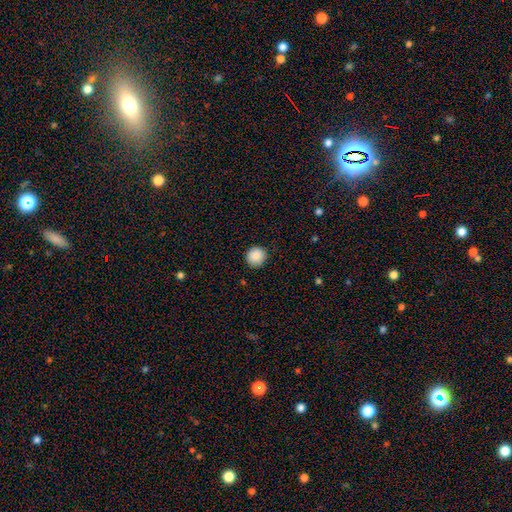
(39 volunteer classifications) Morphology: type=smooth (87%); roundness=round (94%); merging=none (97%).